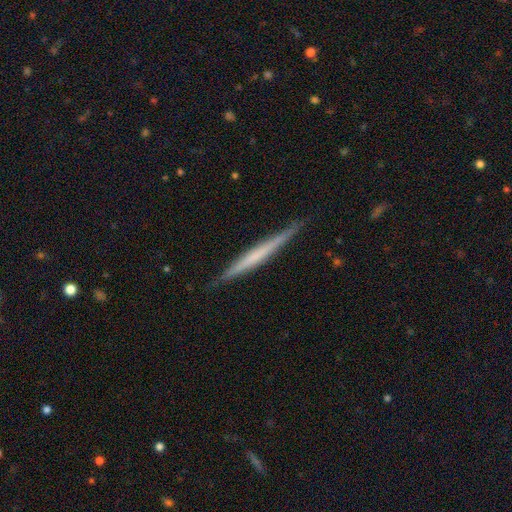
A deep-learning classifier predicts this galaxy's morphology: featured or disk 56%, smooth 39%, star or artifact 5%. Down the decision tree: edge-on disk — yes (97%); edge-on bulge — none (77%); merging — none (89%).